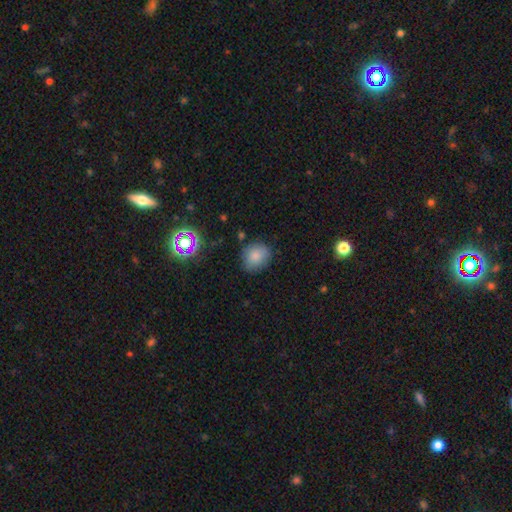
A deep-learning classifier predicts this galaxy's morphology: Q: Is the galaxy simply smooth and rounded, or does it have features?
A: smooth — 81%.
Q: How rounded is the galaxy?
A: round — 65%.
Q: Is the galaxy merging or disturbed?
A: none — 77%.